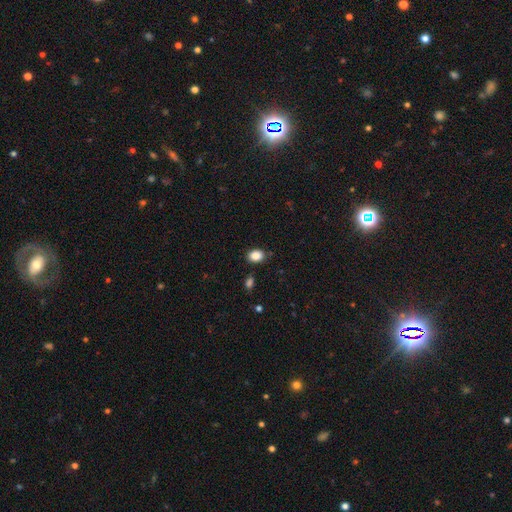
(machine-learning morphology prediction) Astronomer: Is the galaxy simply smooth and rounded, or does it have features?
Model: smooth — 87%.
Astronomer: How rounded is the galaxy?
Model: in between — 70%.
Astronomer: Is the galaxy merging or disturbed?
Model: none — 84%.